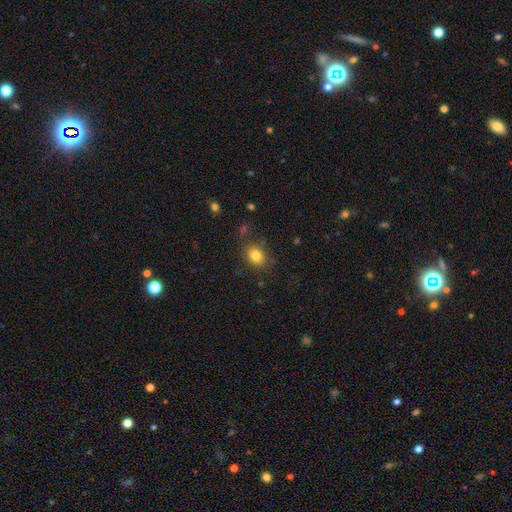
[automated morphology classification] smooth 82%, star or artifact 11%, featured or disk 7%. Down the decision tree: how rounded — round (53%); merging — none (82%).